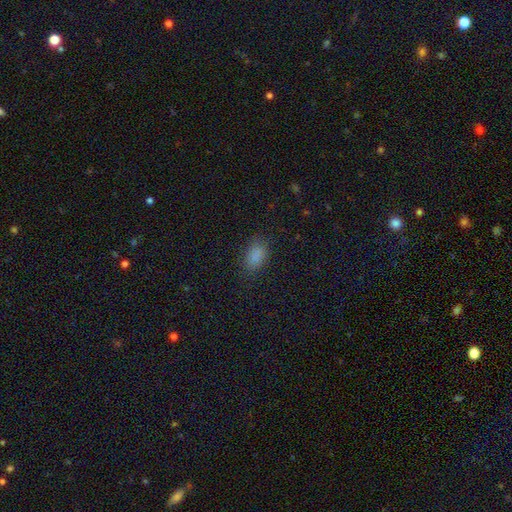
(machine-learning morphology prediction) This is clearly a smooth galaxy (84%). How rounded: clearly in between (89%). Merging: clearly none (81%).